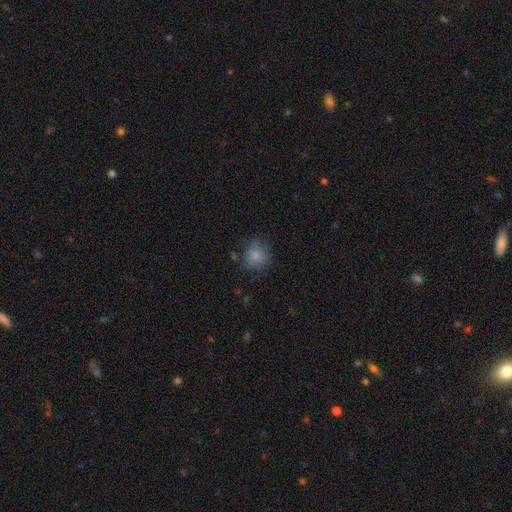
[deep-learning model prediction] This is clearly a smooth galaxy (82%). How rounded: likely round (78%). Merging: likely none (70%).